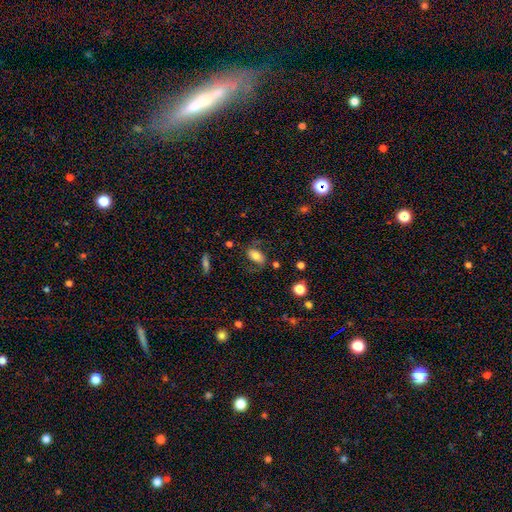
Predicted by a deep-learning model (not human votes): This is likely a smooth galaxy (68%). How rounded: clearly in between (90%). Merging: likely none (69%).